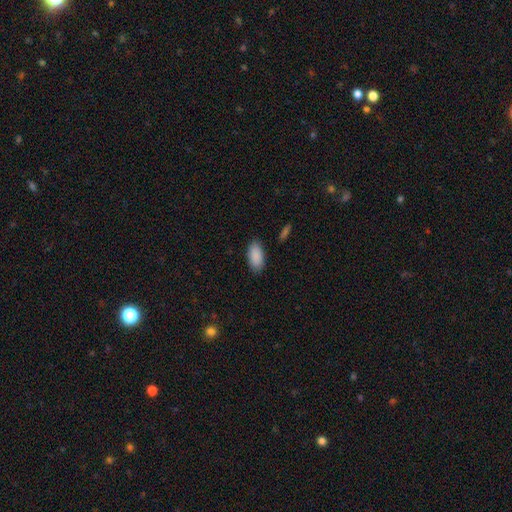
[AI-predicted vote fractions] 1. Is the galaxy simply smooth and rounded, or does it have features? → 90% smooth, 6% star or artifact, 4% featured or disk.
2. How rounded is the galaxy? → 93% in between, 5% cigar-shaped, 2% round.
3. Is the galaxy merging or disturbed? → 86% none, 10% minor disturbance, 2% major disturbance, 1% merger.